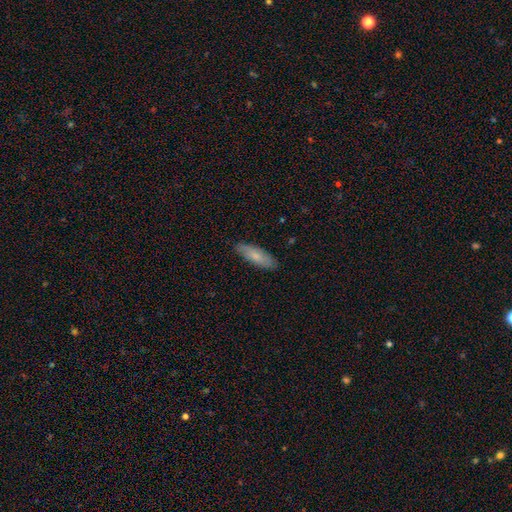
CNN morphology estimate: This appears to be a smooth galaxy with no disk features (75%) that is in between round and cigar-shaped (56%). Merging: none (85%).